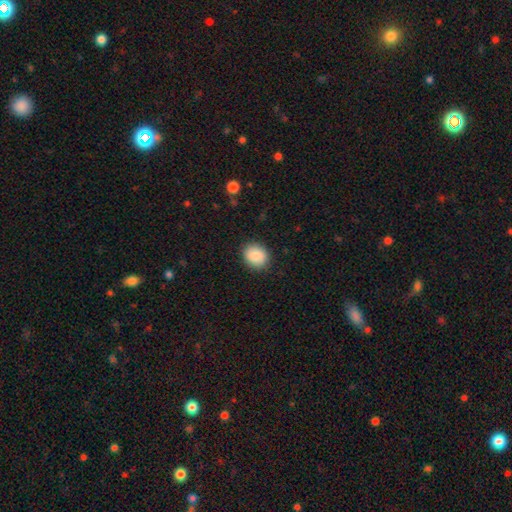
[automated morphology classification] Smooth or featured?
  - smooth: 87% *
  - star or artifact: 8%
  - featured or disk: 5%
How rounded?
  - round: 65% *
  - in between: 34%
  - cigar-shaped: 1%
Merging?
  - none: 88% *
  - minor disturbance: 8%
  - major disturbance: 2%
  - merger: 1%